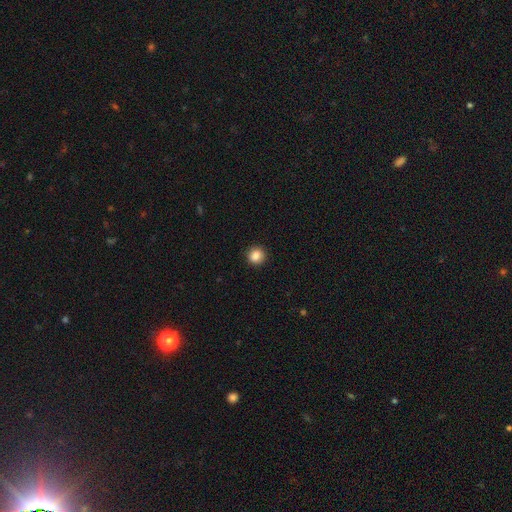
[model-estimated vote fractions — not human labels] smooth_or_featured: smooth (p=0.86) [alt: star or artifact p=0.10]
how_rounded: round (p=0.90) [alt: in between p=0.09]
merging: none (p=0.91) [alt: minor disturbance p=0.06]